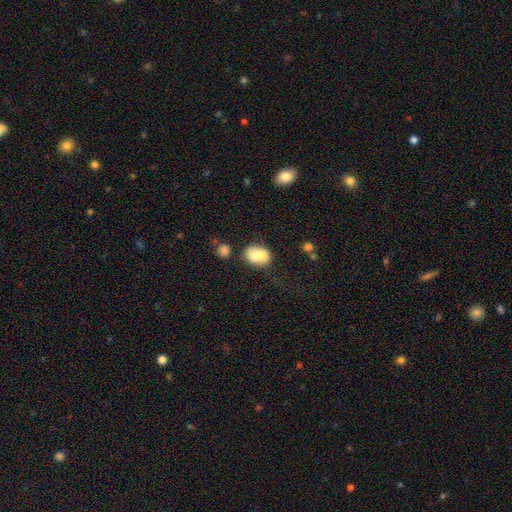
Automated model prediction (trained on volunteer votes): Smooth or featured: smooth — 78% (featured or disk — 14%)
How rounded: in between — 68% (round — 31%)
Merging: none — 62% (minor disturbance — 20%)